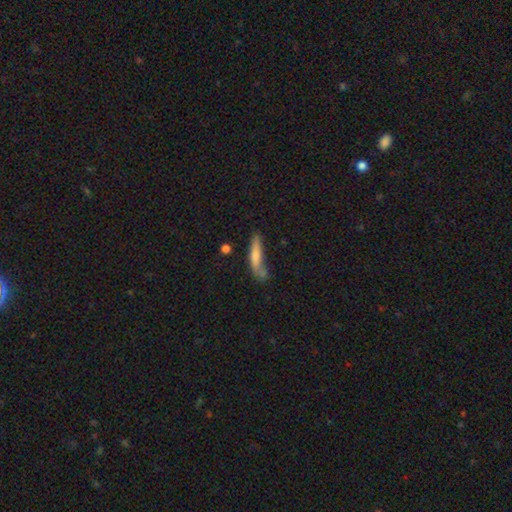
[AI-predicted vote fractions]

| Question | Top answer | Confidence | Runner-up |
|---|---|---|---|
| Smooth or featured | smooth | 69% | featured or disk (23%) |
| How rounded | cigar-shaped | 82% | in between (16%) |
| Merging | none | 47% | minor disturbance (26%) |